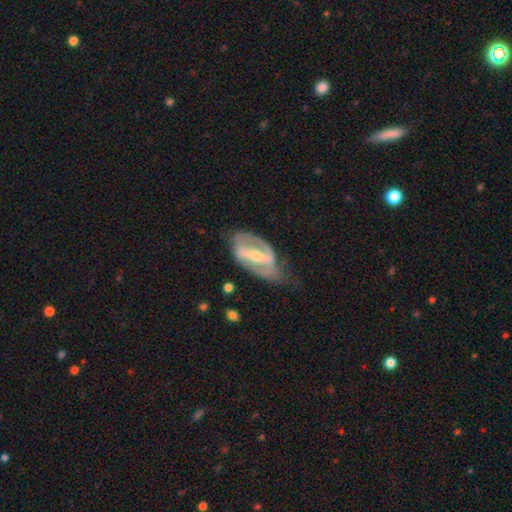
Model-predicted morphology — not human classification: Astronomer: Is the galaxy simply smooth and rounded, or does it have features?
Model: featured or disk — 81%.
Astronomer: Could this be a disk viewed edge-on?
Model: no — 91%.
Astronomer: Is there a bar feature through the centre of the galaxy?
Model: strong — 73%.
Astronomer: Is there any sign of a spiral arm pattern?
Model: yes — 70%.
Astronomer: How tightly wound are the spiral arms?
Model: medium — 42% (runner-up: tight, 33%).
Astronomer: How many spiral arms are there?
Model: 2 — 75%.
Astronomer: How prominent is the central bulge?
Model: moderate — 49% (runner-up: small, 44%).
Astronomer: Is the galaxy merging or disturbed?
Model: none — 50% (runner-up: minor disturbance, 30%).